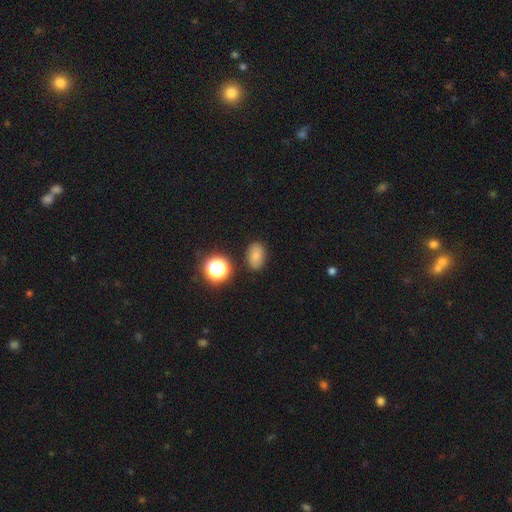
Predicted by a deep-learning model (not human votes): Smooth or featured? Predicted: smooth (p=0.74). How rounded? Predicted: in between (p=0.80). Merging? Predicted: none (p=0.83).